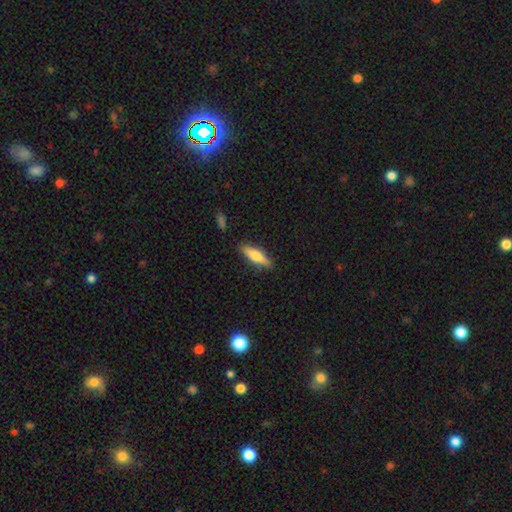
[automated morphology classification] Q: Smooth or featured?
A: smooth (63%); runner-up: featured or disk (32%)
Q: How rounded?
A: cigar-shaped (65%); runner-up: in between (33%)
Q: Merging?
A: none (86%); runner-up: minor disturbance (10%)